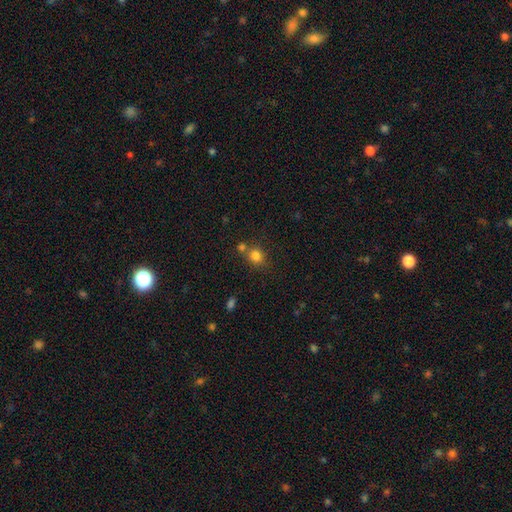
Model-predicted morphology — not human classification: smooth 81%, star or artifact 12%, featured or disk 7%. Down the decision tree: how rounded — round (72%); merging — none (62%).